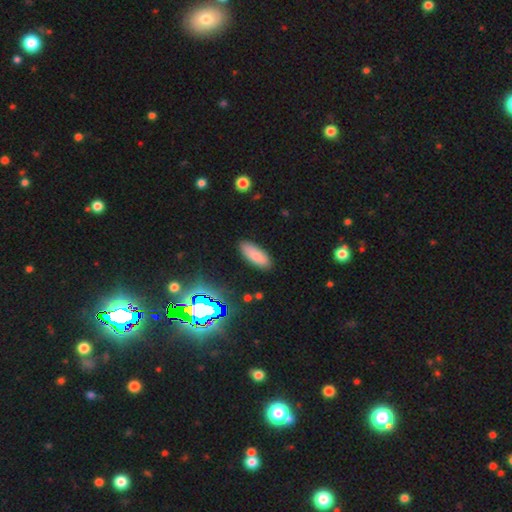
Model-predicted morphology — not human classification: Q: Smooth or featured?
A: smooth (81%); runner-up: star or artifact (11%)
Q: How rounded?
A: in between (76%); runner-up: cigar-shaped (22%)
Q: Merging?
A: none (86%); runner-up: minor disturbance (10%)